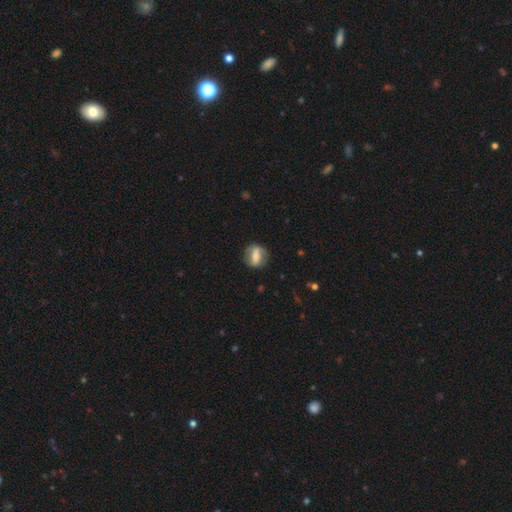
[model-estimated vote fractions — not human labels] Smooth or featured?
  - smooth: 47% *
  - featured or disk: 45%
  - star or artifact: 8%
Merging?
  - none: 79% *
  - minor disturbance: 14%
  - major disturbance: 5%
  - merger: 2%